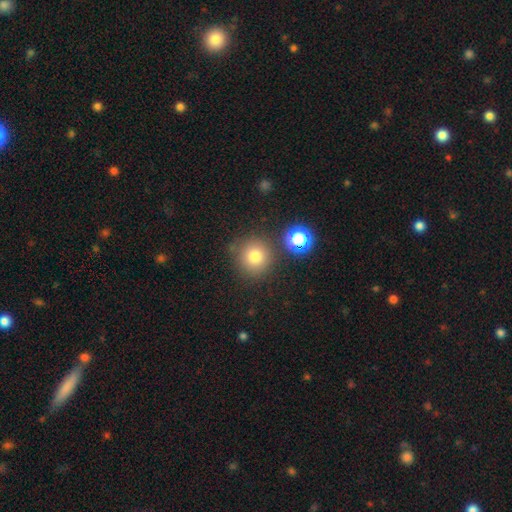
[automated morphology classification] Q: Smooth or featured?
A: smooth (69%); runner-up: star or artifact (23%)
Q: How rounded?
A: round (94%); runner-up: in between (5%)
Q: Merging?
A: none (83%); runner-up: minor disturbance (7%)